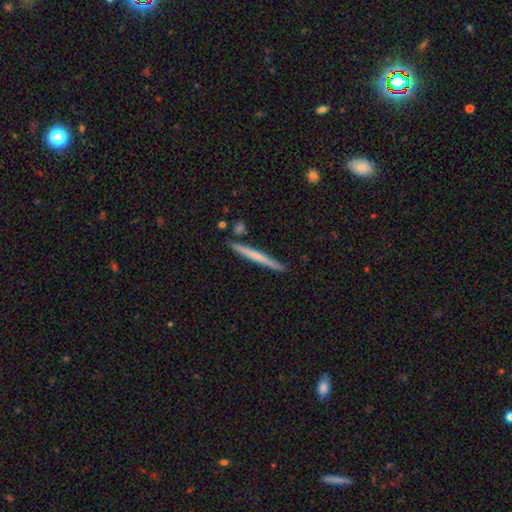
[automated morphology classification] type=smooth (53%); roundness=cigar-shaped (97%); merging=none (89%).